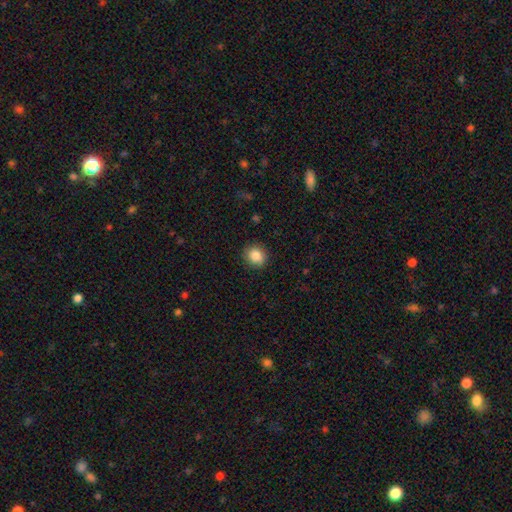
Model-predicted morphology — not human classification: This appears to be a smooth galaxy with no disk features (86%) that is round (81%). Merging: none (88%).